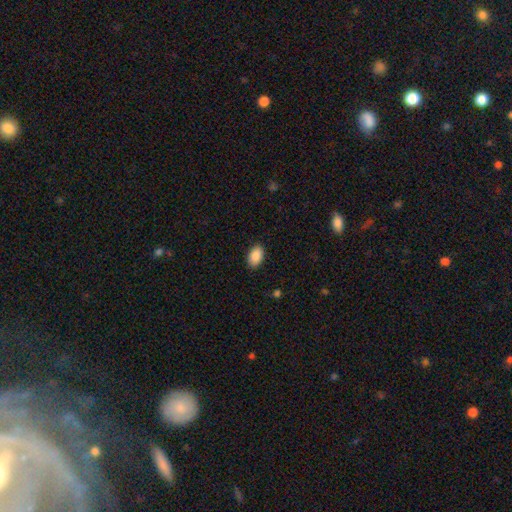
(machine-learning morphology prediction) A smooth galaxy with no disk features (88%) that is in between round and cigar-shaped (91%). Merging: none (89%).